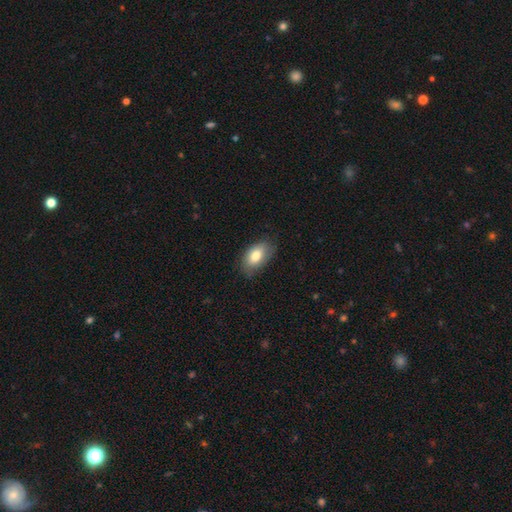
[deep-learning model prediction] Smooth or featured? smooth (78%)
How rounded? in between (92%)
Merging? none (75%)